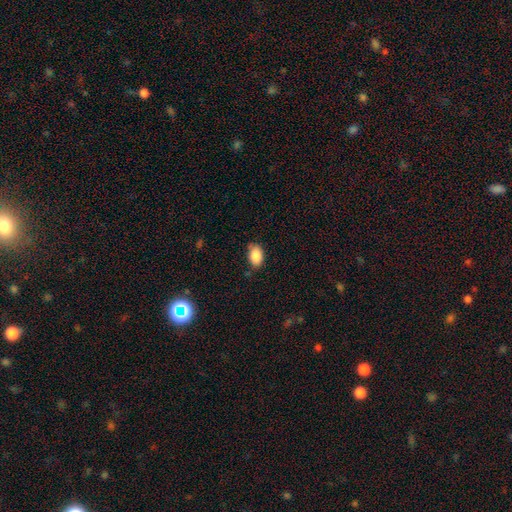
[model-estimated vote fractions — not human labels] smooth 88%, star or artifact 7%, featured or disk 5%. Down the decision tree: how rounded — in between (90%); merging — none (78%).